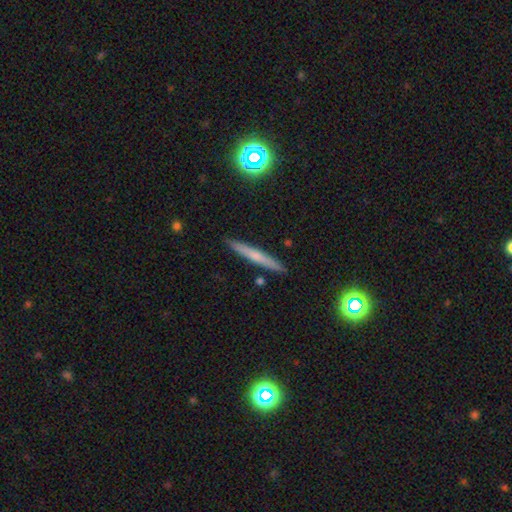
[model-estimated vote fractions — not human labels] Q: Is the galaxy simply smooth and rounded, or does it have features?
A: smooth — 50%.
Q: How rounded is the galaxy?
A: cigar-shaped — 95%.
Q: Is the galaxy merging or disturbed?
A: none — 91%.